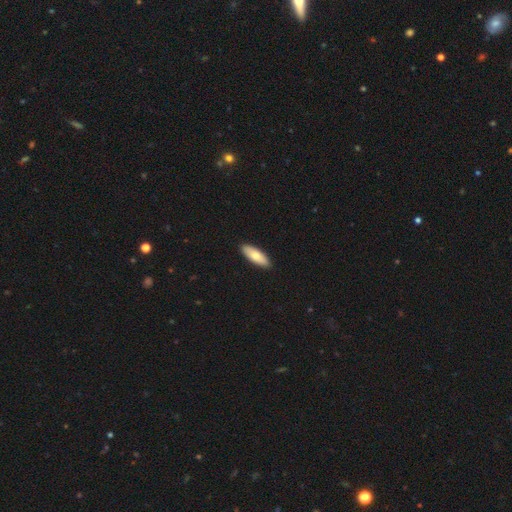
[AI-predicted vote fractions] Smooth or featured? Predicted: smooth (p=0.74). How rounded? Predicted: in between (p=0.67). Merging? Predicted: none (p=0.91).